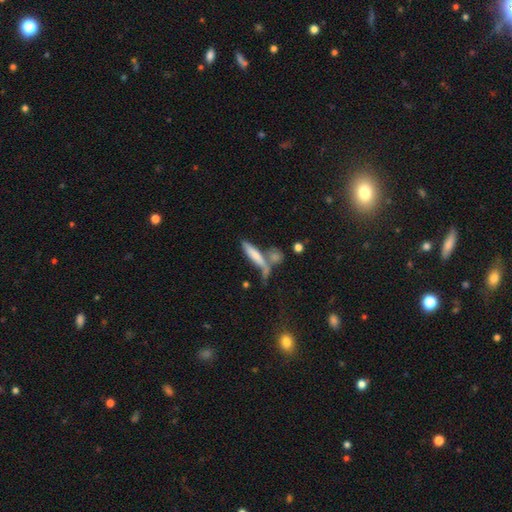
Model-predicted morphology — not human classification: A smooth galaxy with no disk features (62%) that is cigar-shaped (81%). Merging: none (45%).